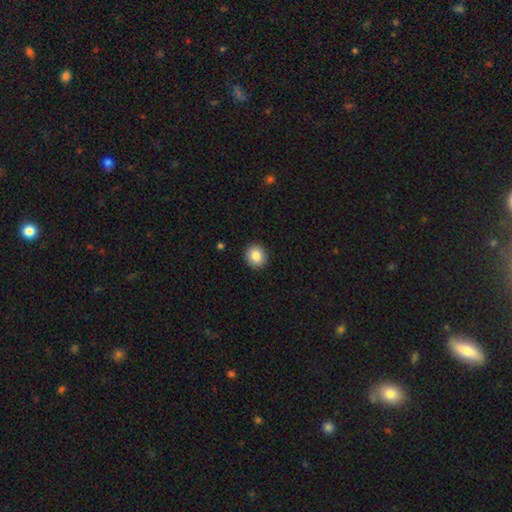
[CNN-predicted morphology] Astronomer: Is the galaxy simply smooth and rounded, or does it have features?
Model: smooth — 86%.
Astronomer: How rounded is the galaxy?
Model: round — 81%.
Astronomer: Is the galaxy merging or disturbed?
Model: none — 91%.